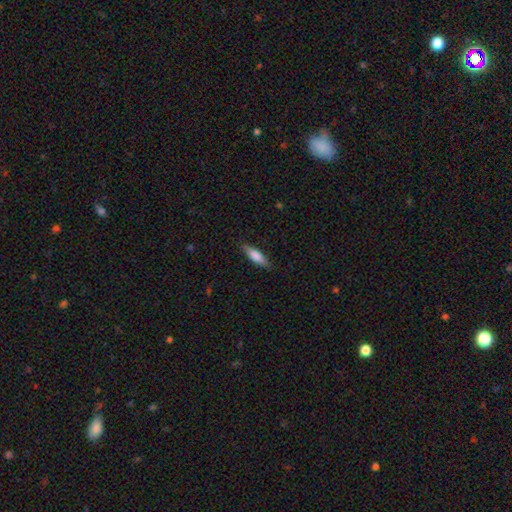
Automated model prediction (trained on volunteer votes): A smooth galaxy with no disk features (77%) that is cigar-shaped (59%).

Vote fractions:
- Smooth or featured? smooth: 77% / featured or disk: 17% / star or artifact: 6%
- How rounded? cigar-shaped: 59% / in between: 39% / round: 2%
- Merging? none: 85% / minor disturbance: 12% / major disturbance: 2% / merger: 1%